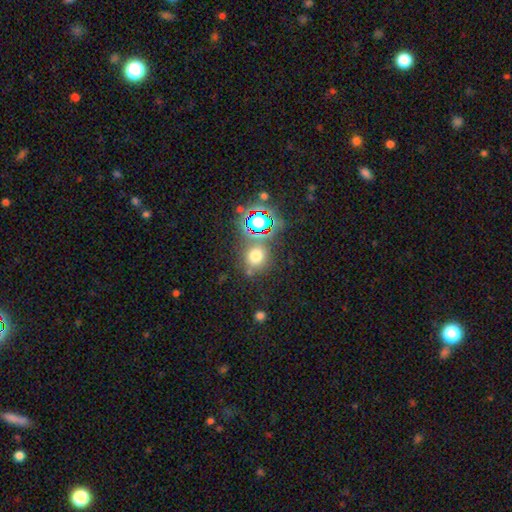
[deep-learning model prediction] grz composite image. It shows a smooth galaxy with no disk features (63%) that is round (80%). Merging: none (71%).